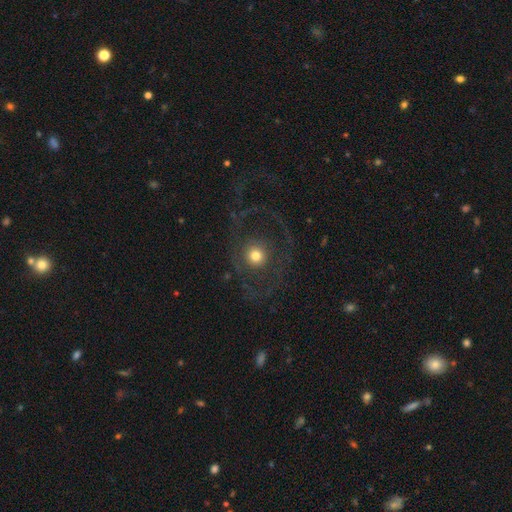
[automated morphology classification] smooth_or_featured: smooth (p=0.48) [alt: featured or disk p=0.39]
merging: none (p=0.62) [alt: major disturbance p=0.24]